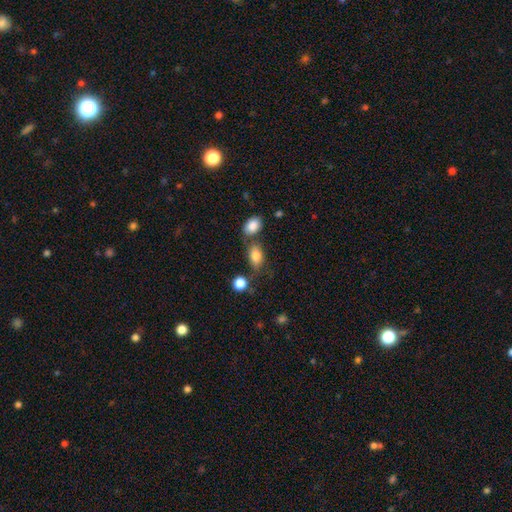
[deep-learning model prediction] smooth-or-featured: smooth: 82% | star or artifact: 9% | featured or disk: 9%
  how-rounded: in between: 84% | round: 14% | cigar-shaped: 2%
  merging: none: 60% | merger: 18% | minor disturbance: 17% | major disturbance: 6%